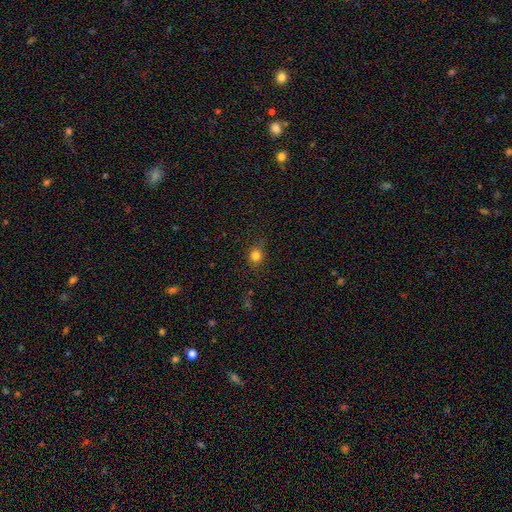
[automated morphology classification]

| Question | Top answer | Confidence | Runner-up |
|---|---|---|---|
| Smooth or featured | smooth | 80% | star or artifact (14%) |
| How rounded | round | 77% | in between (22%) |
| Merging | none | 80% | minor disturbance (15%) |